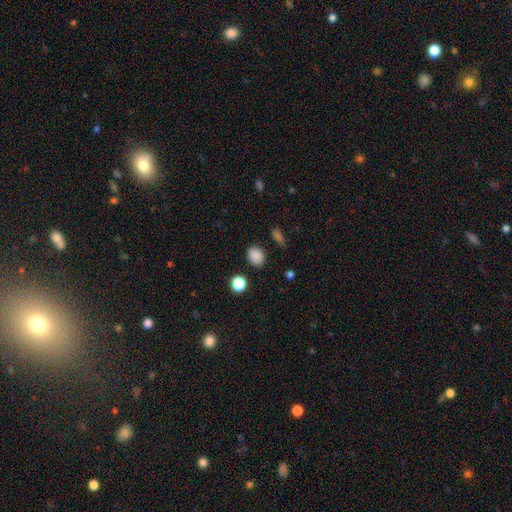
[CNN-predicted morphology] Smooth or featured? Predicted: smooth (p=0.86). How rounded? Predicted: round (p=0.56). Merging? Predicted: none (p=0.83).